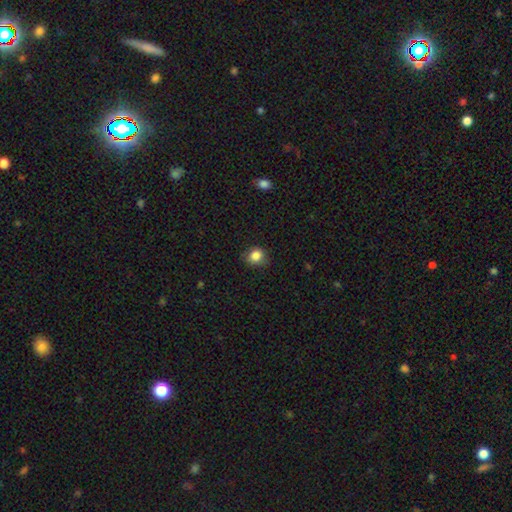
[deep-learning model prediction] smooth_or_featured: smooth (p=0.85) [alt: star or artifact p=0.10]
how_rounded: round (p=0.71) [alt: in between p=0.28]
merging: none (p=0.78) [alt: minor disturbance p=0.18]